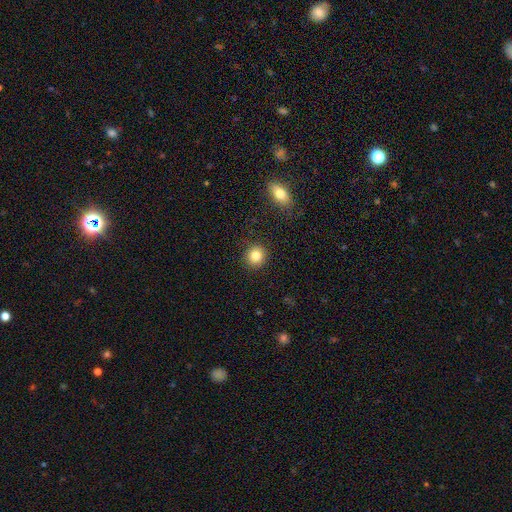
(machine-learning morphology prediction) smooth 83%, star or artifact 10%, featured or disk 6%. Down the decision tree: how rounded — round (88%); merging — none (89%).